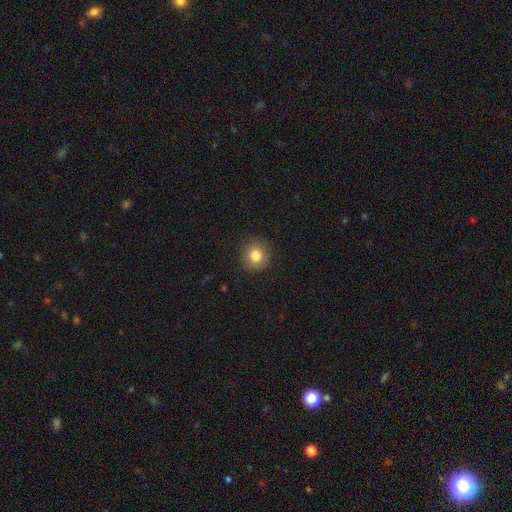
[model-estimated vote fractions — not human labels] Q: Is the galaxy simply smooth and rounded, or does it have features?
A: smooth — 82%.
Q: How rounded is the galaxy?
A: round — 90%.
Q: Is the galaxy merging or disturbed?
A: none — 89%.